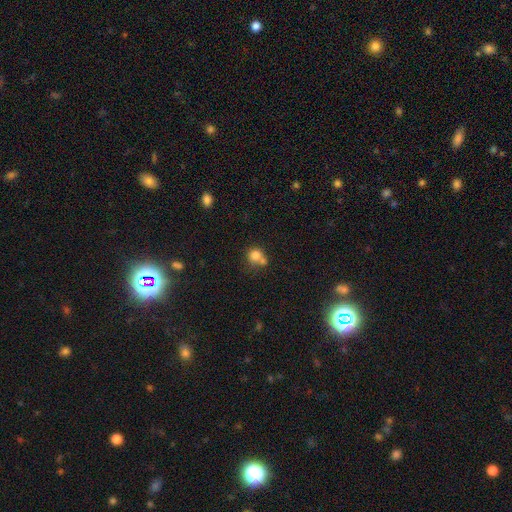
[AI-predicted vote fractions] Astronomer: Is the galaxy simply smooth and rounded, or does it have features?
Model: smooth — 77%.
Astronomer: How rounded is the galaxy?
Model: round — 82%.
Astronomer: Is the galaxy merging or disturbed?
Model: none — 42% (runner-up: merger, 41%).